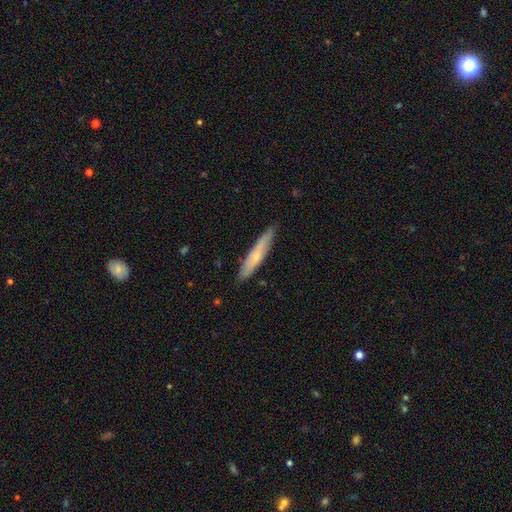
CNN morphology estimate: This is possibly a smooth galaxy (54%). How rounded: clearly cigar-shaped (89%). Merging: clearly none (85%).